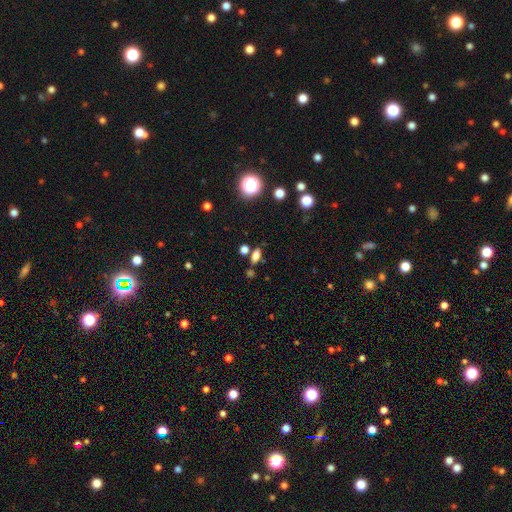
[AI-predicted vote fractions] This appears to be a smooth galaxy with no disk features (73%) that is in between round and cigar-shaped (76%). Merging: none (75%).